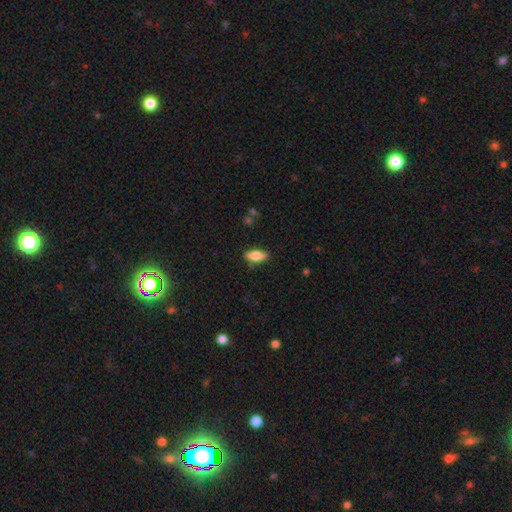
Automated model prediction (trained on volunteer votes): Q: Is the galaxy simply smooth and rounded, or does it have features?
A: smooth — 75%.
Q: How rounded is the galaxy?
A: in between — 79%.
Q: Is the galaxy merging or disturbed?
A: none — 83%.